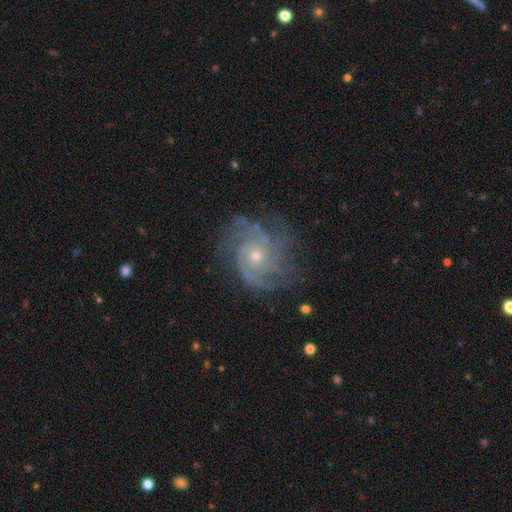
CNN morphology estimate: Overall: featured or disk (88%). Edge-on disk: no (98%). Bar: no (78%). Spiral arms: yes (97%). Spiral arm count: 4 (26%; 3 22%). Spiral winding: tight (56%; medium 36%). Bulge size: small (58%; moderate 39%). Merging: none (75%).